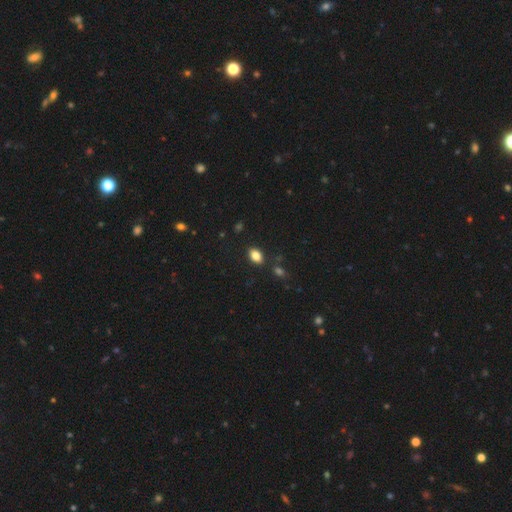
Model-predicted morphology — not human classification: type=smooth (83%); roundness=in between (84%); merging=none (84%).